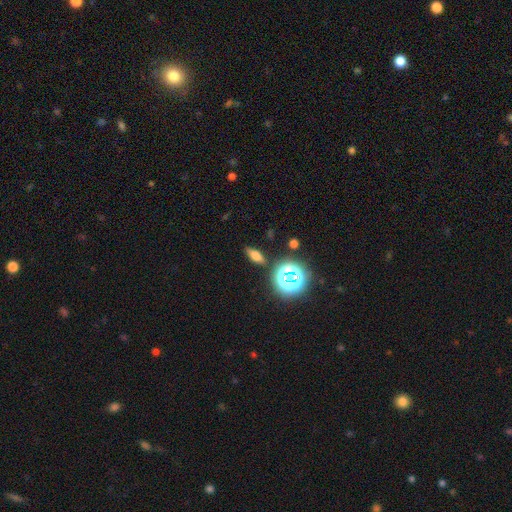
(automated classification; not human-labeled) Smooth or featured? Predicted: smooth (p=0.56). How rounded? Predicted: in between (p=0.60). Merging? Predicted: none (p=0.85).